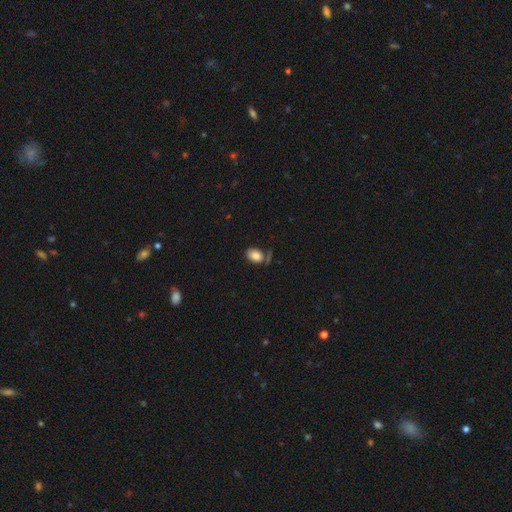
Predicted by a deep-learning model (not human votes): Morphology: type=smooth (81%); roundness=in between (80%); merging=none (62%).